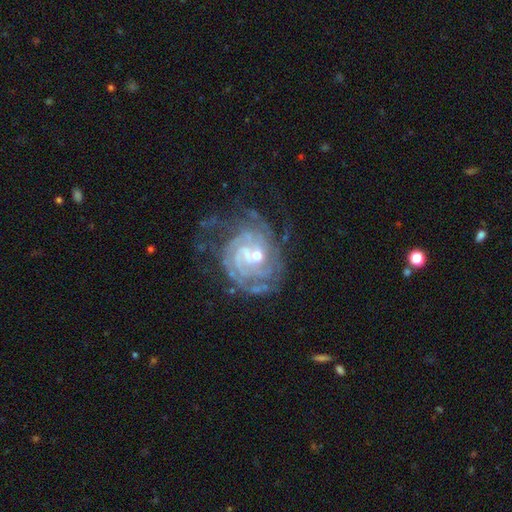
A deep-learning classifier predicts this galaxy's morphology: smooth-or-featured: featured or disk: 88% | star or artifact: 7% | smooth: 5%
  disk-edge-on: no: 97% | yes: 3%
    bar: no: 50% | weak: 38% | strong: 11%
    has-spiral-arms: yes: 96% | no: 4%
      spiral-winding: tight: 73% | medium: 22% | loose: 5%
      spiral-arm-count: can't tell: 32% | 2: 18% | 3: 18% | 4: 16% | more than 4: 10% | 1: 6%
    bulge-size: small: 52% | moderate: 42% | large: 3% | none: 2% | dominant: 1%
  merging: none: 57% | minor disturbance: 21% | major disturbance: 18% | merger: 4%